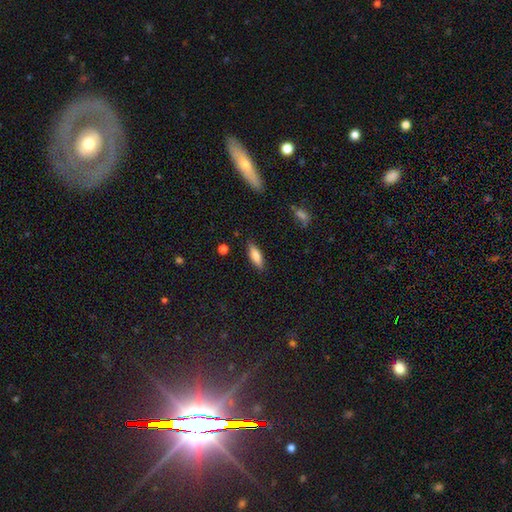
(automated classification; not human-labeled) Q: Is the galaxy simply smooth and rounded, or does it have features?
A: smooth — 80%.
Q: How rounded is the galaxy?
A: in between — 50%.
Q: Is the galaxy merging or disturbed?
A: none — 86%.